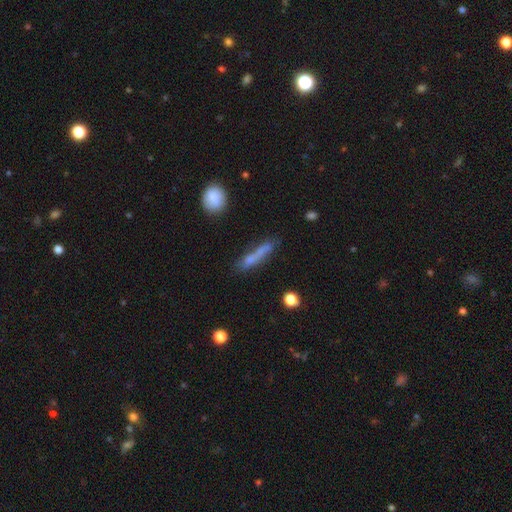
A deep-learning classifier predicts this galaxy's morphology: Smooth or featured? Predicted: smooth (p=0.58). How rounded? Predicted: cigar-shaped (p=0.87). Merging? Predicted: none (p=0.61).